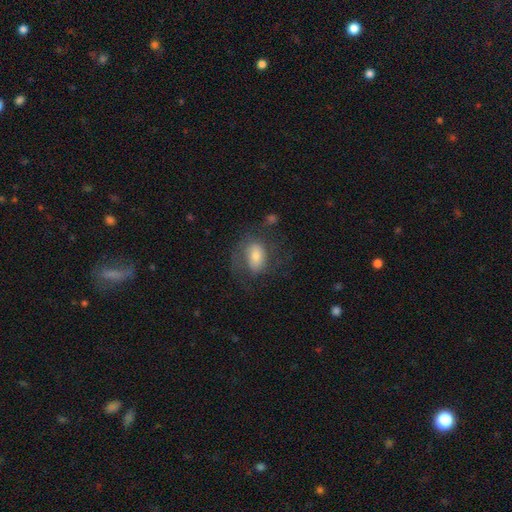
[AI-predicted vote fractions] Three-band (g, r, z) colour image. It shows a smooth galaxy with no disk features (54%) that is in between round and cigar-shaped (77%). Merging: none (53%).